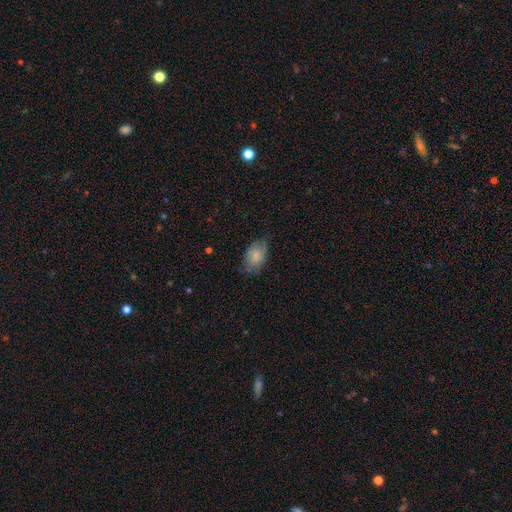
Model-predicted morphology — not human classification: smooth_or_featured: smooth (p=0.75) [alt: featured or disk p=0.18]
how_rounded: in between (p=0.90) [alt: round p=0.09]
merging: none (p=0.65) [alt: minor disturbance p=0.27]